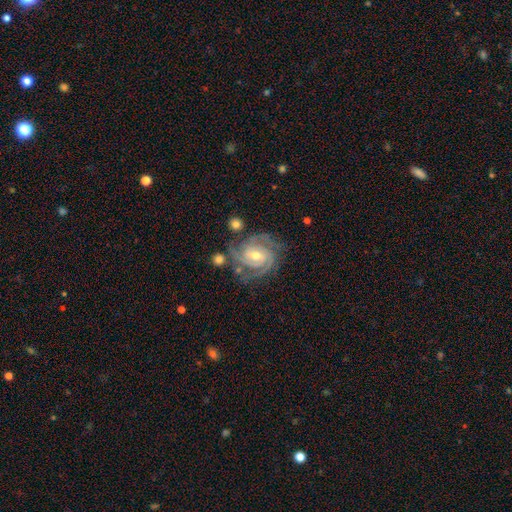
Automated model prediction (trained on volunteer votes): Overall: featured or disk (91%). Edge-on disk: no (98%). Bar: no (46%; weak 40%). Spiral arms: yes (98%). Spiral arm count: 3 (44%; 2 23%). Spiral winding: tight (70%). Bulge size: moderate (56%; small 41%). Merging: none (72%).